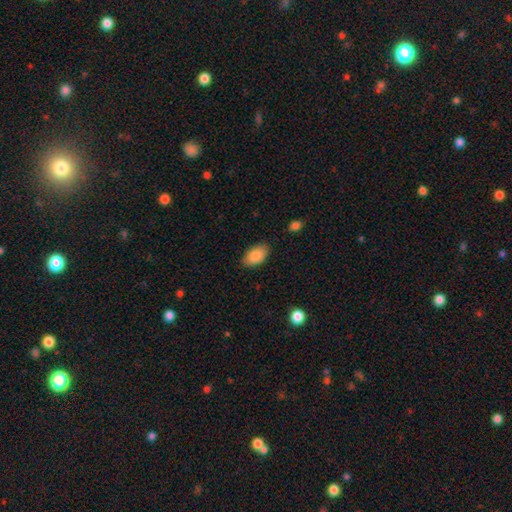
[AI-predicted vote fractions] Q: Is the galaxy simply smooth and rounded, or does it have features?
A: smooth — 86%.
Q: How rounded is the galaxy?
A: in between — 93%.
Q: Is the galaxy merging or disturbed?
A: none — 84%.